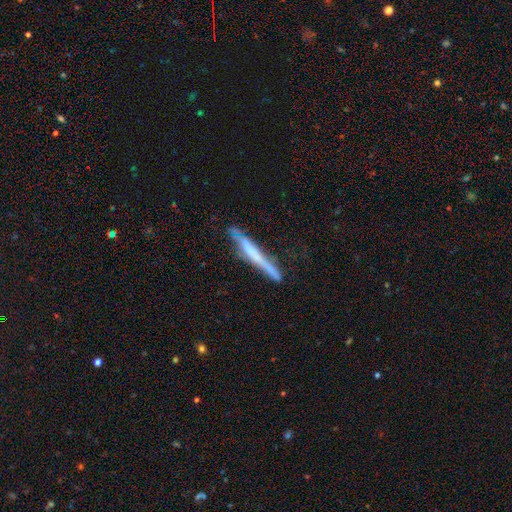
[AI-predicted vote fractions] Smooth or featured?
  - featured or disk: 52% *
  - smooth: 41%
  - star or artifact: 7%
Edge-on disk?
  - yes: 91% *
  - no: 9%
Merging?
  - none: 70% *
  - minor disturbance: 22%
  - major disturbance: 5%
  - merger: 3%